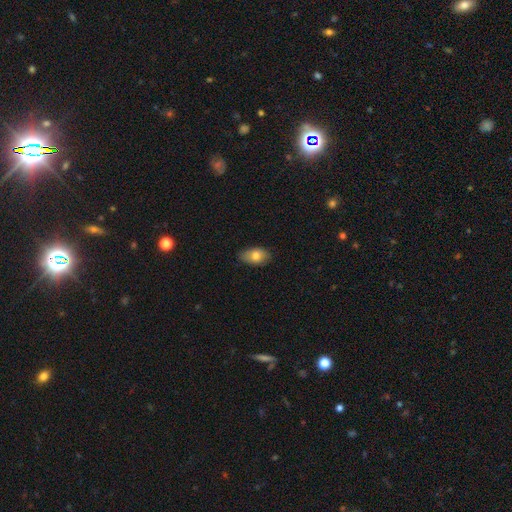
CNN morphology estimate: A smooth galaxy with no disk features (76%) that is in between round and cigar-shaped (90%). Merging: none (80%).